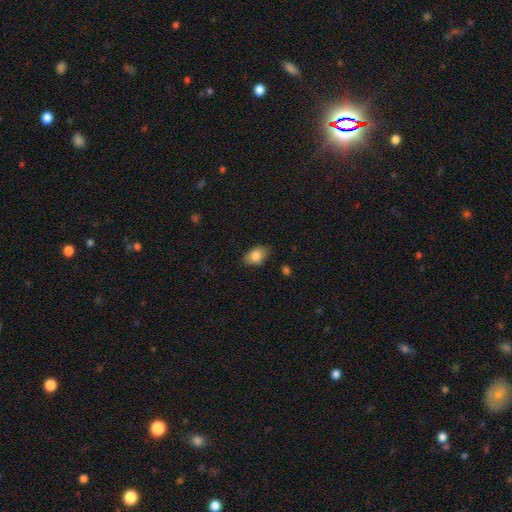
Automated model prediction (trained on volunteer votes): Q: Smooth or featured?
A: smooth (84%); runner-up: featured or disk (9%)
Q: How rounded?
A: in between (87%); runner-up: round (12%)
Q: Merging?
A: none (83%); runner-up: minor disturbance (13%)